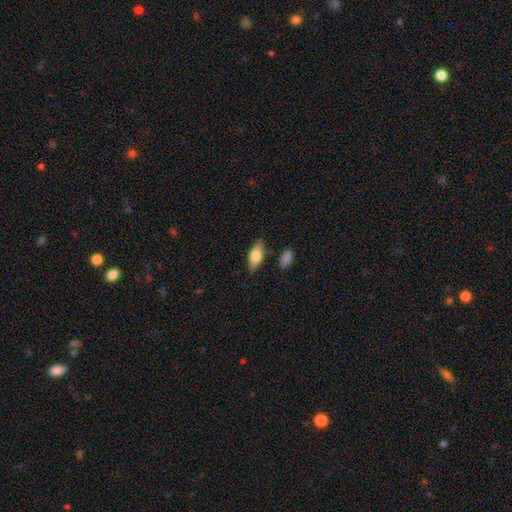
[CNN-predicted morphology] Smooth or featured?
  - smooth: 76% *
  - featured or disk: 18%
  - star or artifact: 6%
How rounded?
  - in between: 83% *
  - cigar-shaped: 14%
  - round: 3%
Merging?
  - none: 78% *
  - minor disturbance: 14%
  - merger: 4%
  - major disturbance: 3%